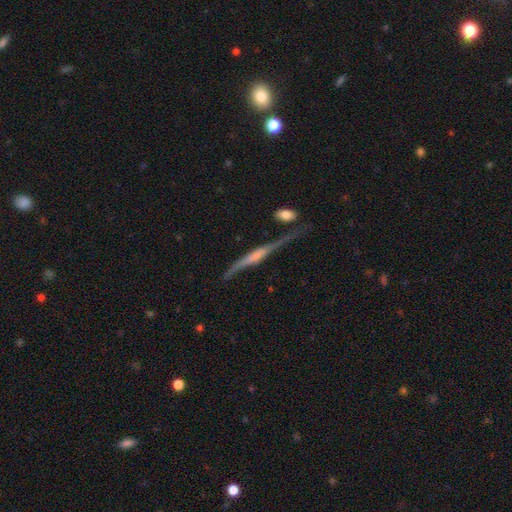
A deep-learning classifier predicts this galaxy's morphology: A featured or disk galaxy (79%) viewed edge-on (96%) with a rounded central bulge (72%).

Vote fractions:
- Smooth or featured? featured or disk: 79% / smooth: 12% / star or artifact: 9%
- Edge-on disk? yes: 96% / no: 4%
- Edge-on bulge? rounded: 72% / none: 16% / boxy: 13%
- Merging? none: 77% / minor disturbance: 13% / merger: 5% / major disturbance: 5%